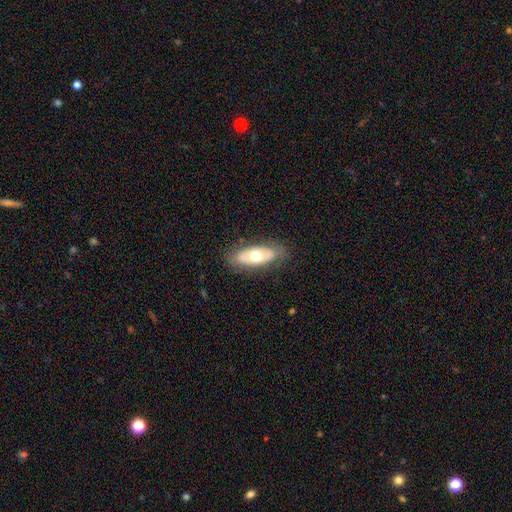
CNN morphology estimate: Smooth or featured? smooth (50%)
How rounded? in between (86%)
Merging? none (81%)